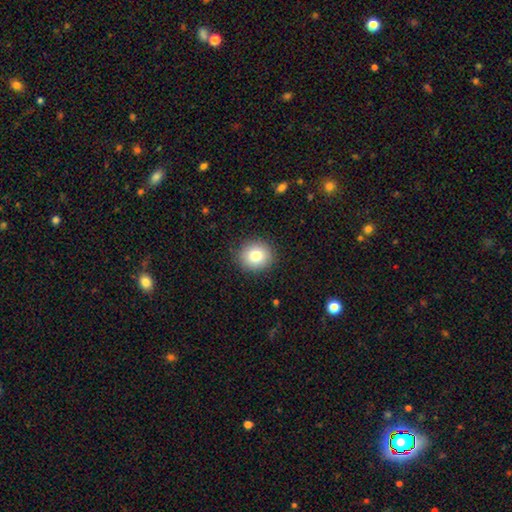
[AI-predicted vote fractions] This appears to be a smooth galaxy with no disk features (80%) that is round (87%). Merging: none (89%).